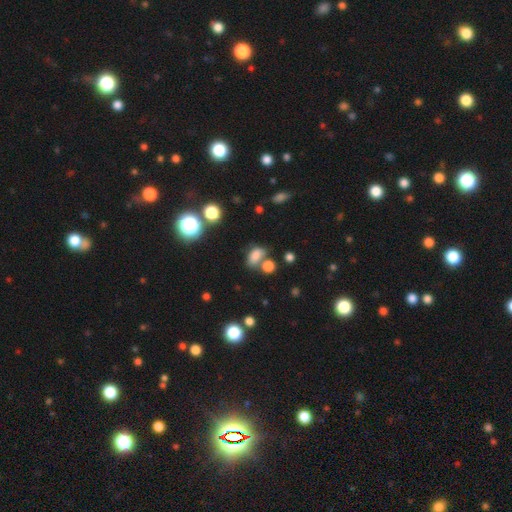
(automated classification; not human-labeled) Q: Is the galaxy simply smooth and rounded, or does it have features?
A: smooth — 75%.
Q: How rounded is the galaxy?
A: in between — 81%.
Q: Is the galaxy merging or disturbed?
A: none — 51%.